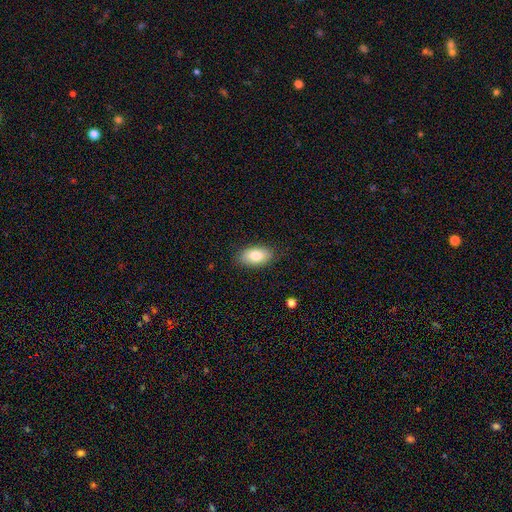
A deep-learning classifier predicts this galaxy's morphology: Smooth or featured? smooth (81%)
How rounded? in between (93%)
Merging? none (85%)